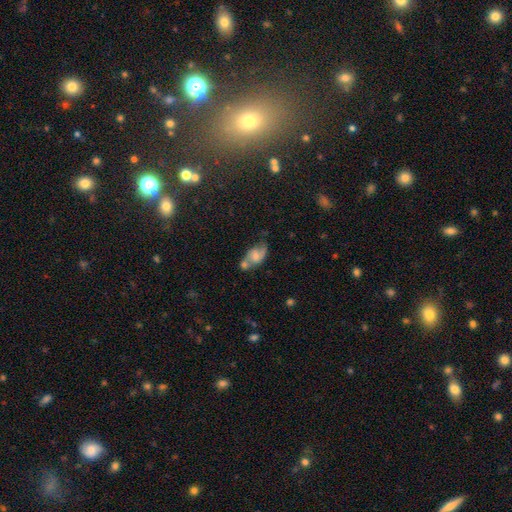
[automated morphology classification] This appears to be a featured or disk galaxy (48%). Merging: none (40%).